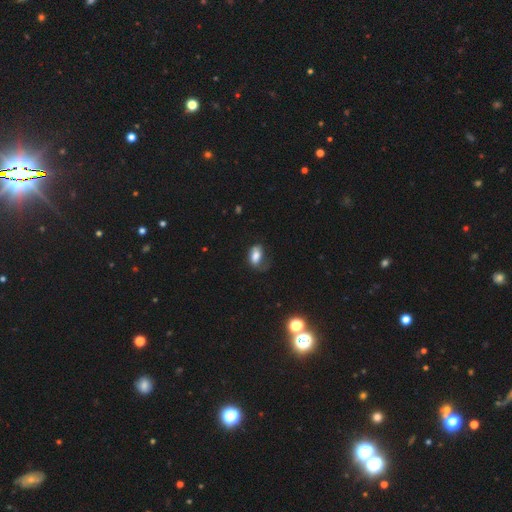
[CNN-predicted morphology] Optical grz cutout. It shows a smooth galaxy with no disk features (72%) that is in between round and cigar-shaped (89%). Merging: none (40%).